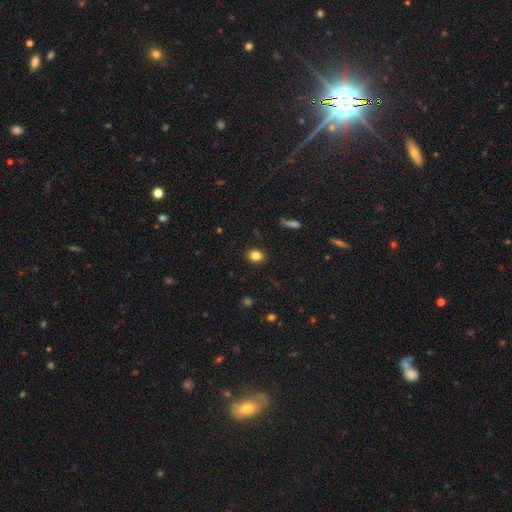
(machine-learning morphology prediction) The model was most divided on "how rounded": in between: 58%, round: 40%, cigar-shaped: 2%. More confident: merging — none (89%); smooth or featured — smooth (83%).